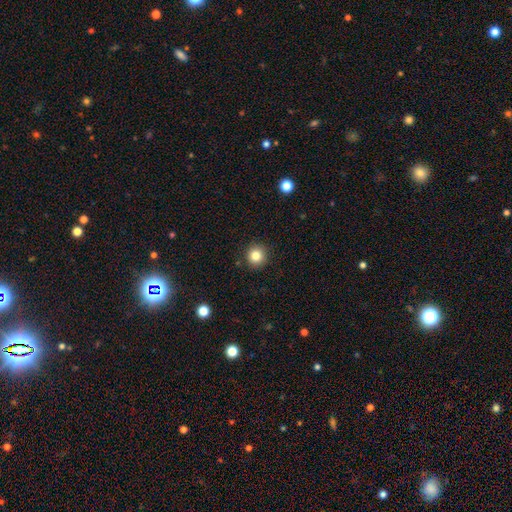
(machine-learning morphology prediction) Smooth or featured?
  - smooth: 83% *
  - star or artifact: 11%
  - featured or disk: 6%
How rounded?
  - round: 94% *
  - in between: 5%
  - cigar-shaped: 1%
Merging?
  - none: 91% *
  - minor disturbance: 6%
  - major disturbance: 2%
  - merger: 1%